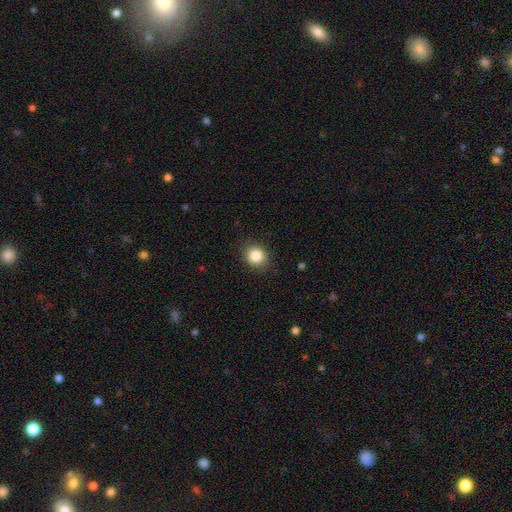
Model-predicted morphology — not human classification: Overall: smooth (85%). How rounded: round (69%; in between 30%). Merging: none (87%).